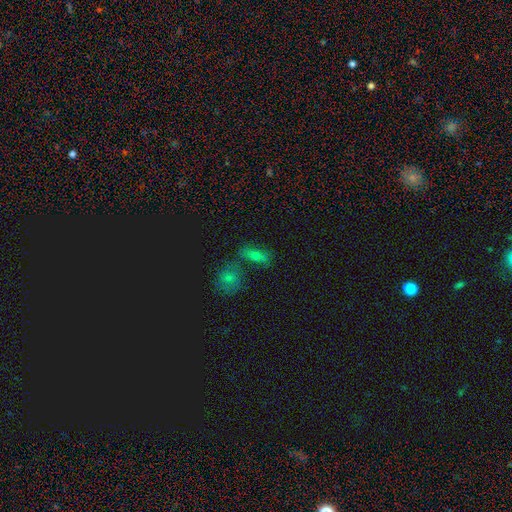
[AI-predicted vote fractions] This is possibly a smooth galaxy (58%). How rounded: likely in between (69%). Merging: possibly none (54%).